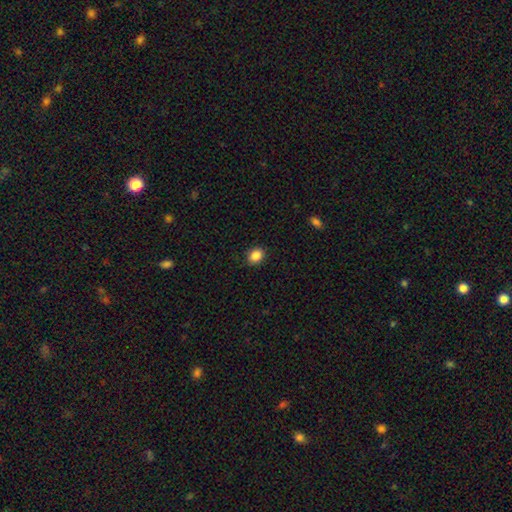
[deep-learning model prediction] smooth-or-featured: smooth: 87% | star or artifact: 9% | featured or disk: 4%
  how-rounded: in between: 53% | round: 46% | cigar-shaped: 1%
  merging: none: 89% | minor disturbance: 8% | major disturbance: 2% | merger: 1%